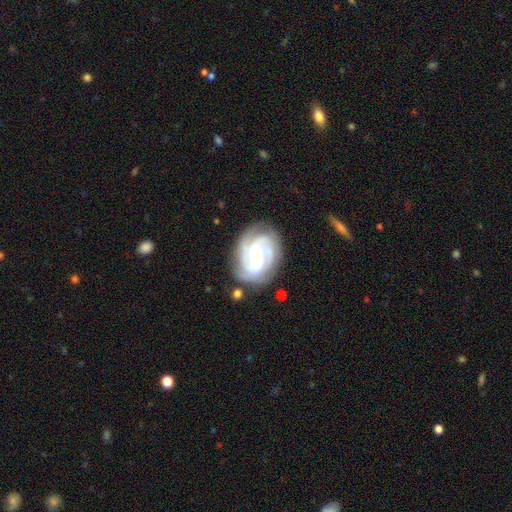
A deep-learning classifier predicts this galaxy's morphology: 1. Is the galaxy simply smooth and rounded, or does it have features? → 89% featured or disk, 6% smooth, 4% star or artifact.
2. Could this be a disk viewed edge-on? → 97% no, 3% yes.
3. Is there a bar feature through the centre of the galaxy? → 43% weak, 35% no, 22% strong.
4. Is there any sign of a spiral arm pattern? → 98% yes, 2% no.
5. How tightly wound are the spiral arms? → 57% tight, 37% medium, 6% loose.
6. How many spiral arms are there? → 48% 3, 25% 2, 11% 4, 9% can't tell, 3% 1, 3% more than 4.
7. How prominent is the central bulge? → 54% small, 42% moderate, 2% large, 2% none, 1% dominant.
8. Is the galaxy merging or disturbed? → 78% none, 15% minor disturbance, 5% major disturbance, 2% merger.